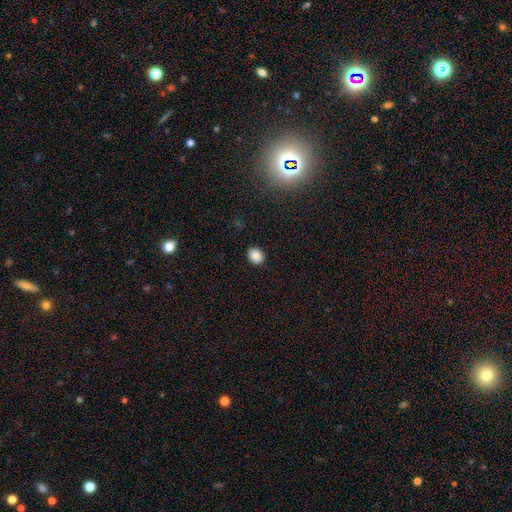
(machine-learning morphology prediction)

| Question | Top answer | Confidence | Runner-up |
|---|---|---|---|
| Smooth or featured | smooth | 87% | star or artifact (9%) |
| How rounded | round | 65% | in between (34%) |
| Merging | none | 90% | minor disturbance (7%) |